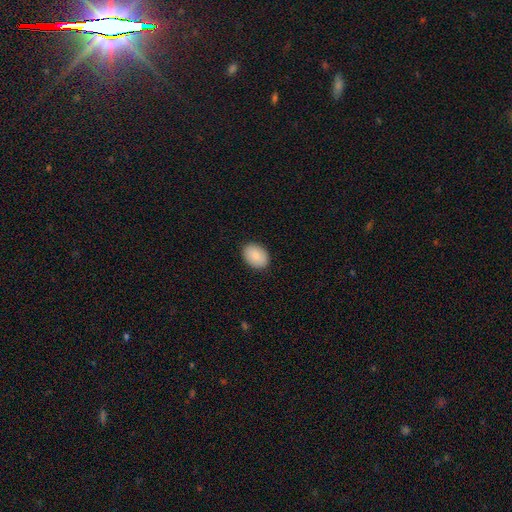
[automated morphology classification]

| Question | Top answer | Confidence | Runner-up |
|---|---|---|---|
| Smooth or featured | smooth | 87% | featured or disk (7%) |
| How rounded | in between | 76% | round (23%) |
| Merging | none | 90% | minor disturbance (7%) |